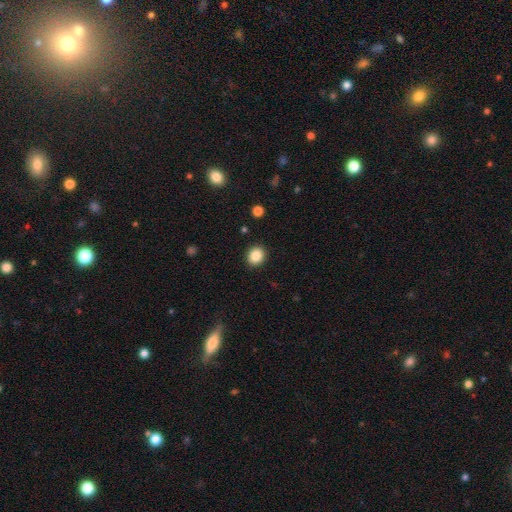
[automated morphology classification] A smooth galaxy with no disk features (86%) that is round (76%).

Vote fractions:
- Smooth or featured? smooth: 86% / star or artifact: 10% / featured or disk: 4%
- How rounded? round: 76% / in between: 23% / cigar-shaped: 1%
- Merging? none: 91% / minor disturbance: 6% / major disturbance: 2% / merger: 1%